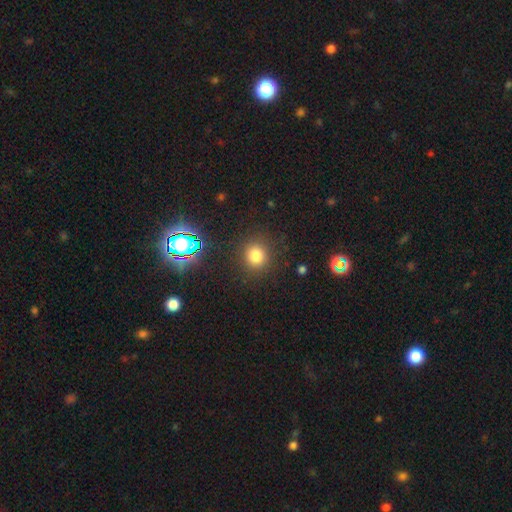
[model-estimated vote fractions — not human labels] Smooth or featured? Predicted: smooth (p=0.76). How rounded? Predicted: round (p=0.87). Merging? Predicted: none (p=0.88).